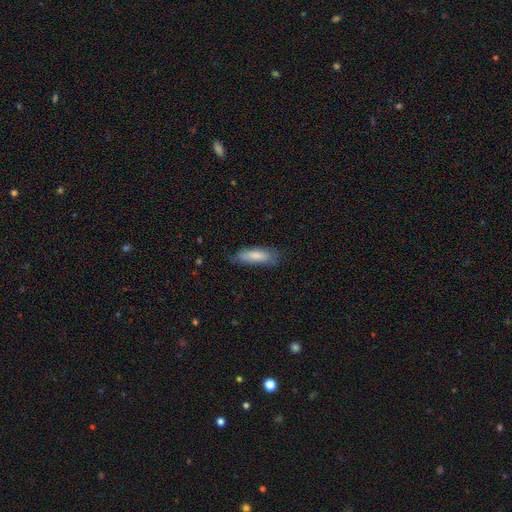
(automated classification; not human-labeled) smooth-or-featured: smooth: 79% | featured or disk: 15% | star or artifact: 6%
  how-rounded: cigar-shaped: 55% | in between: 44% | round: 2%
  merging: none: 71% | minor disturbance: 22% | major disturbance: 5% | merger: 1%